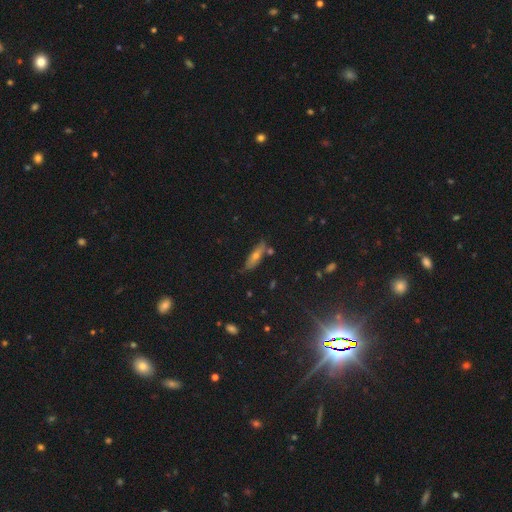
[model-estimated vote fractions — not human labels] Smooth or featured? smooth (49%)
Merging? none (76%)